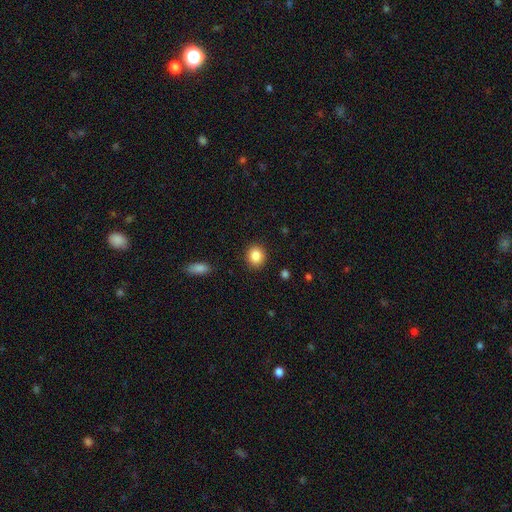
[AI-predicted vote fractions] Q: Smooth or featured?
A: smooth (86%); runner-up: star or artifact (9%)
Q: How rounded?
A: round (75%); runner-up: in between (24%)
Q: Merging?
A: none (90%); runner-up: minor disturbance (7%)